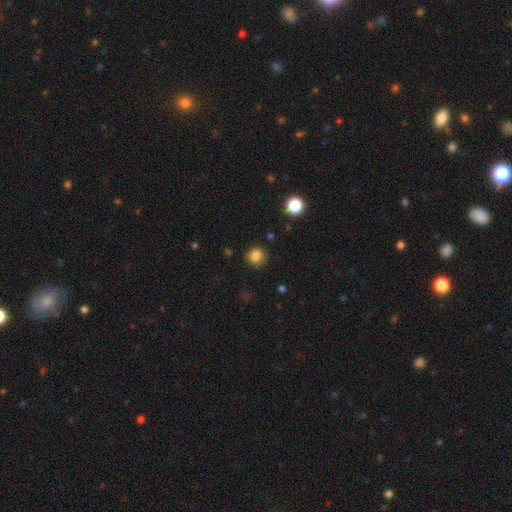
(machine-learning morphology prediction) This is clearly a smooth galaxy (83%). How rounded: clearly round (82%). Merging: clearly none (84%).